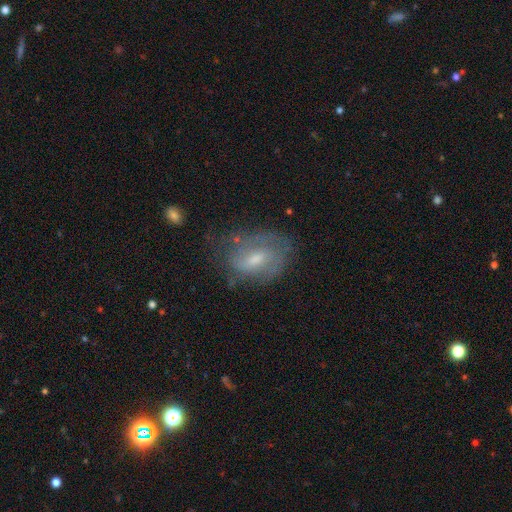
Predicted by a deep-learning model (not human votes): Smooth or featured: featured or disk — 56% (smooth — 30%)
Edge-on disk: no — 94% (yes — 6%)
Bar: weak — 50% (no — 36%)
Spiral arms: yes — 72% (no — 28%)
Bulge size: moderate — 47% (small — 42%)
Merging: none — 61% (minor disturbance — 24%)